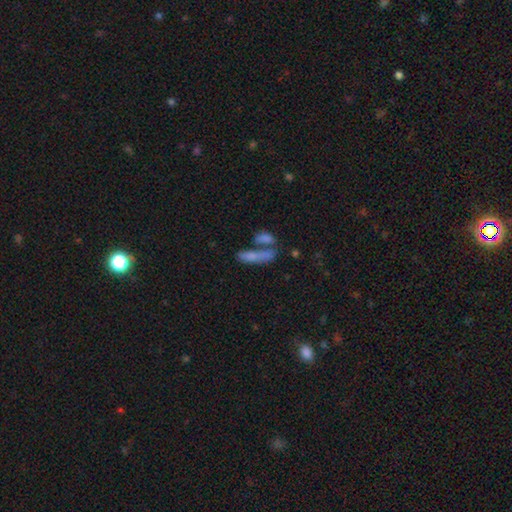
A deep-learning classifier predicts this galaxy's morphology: type=smooth (66%); roundness=cigar-shaped (61%); merging=merger (43%).